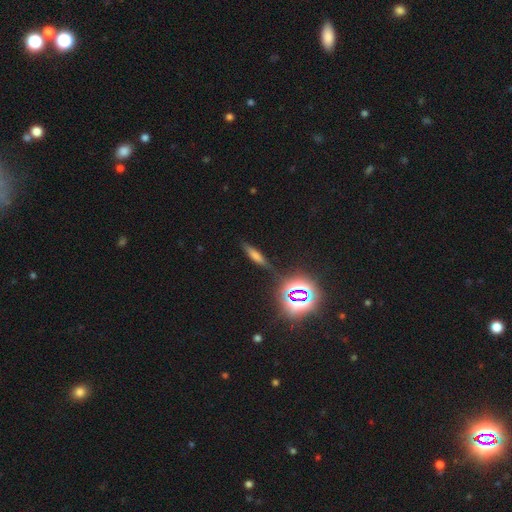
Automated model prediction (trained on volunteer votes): The model was most divided on "smooth or featured": smooth: 46%, star or artifact: 27%, featured or disk: 27%. More confident: merging — none (82%).